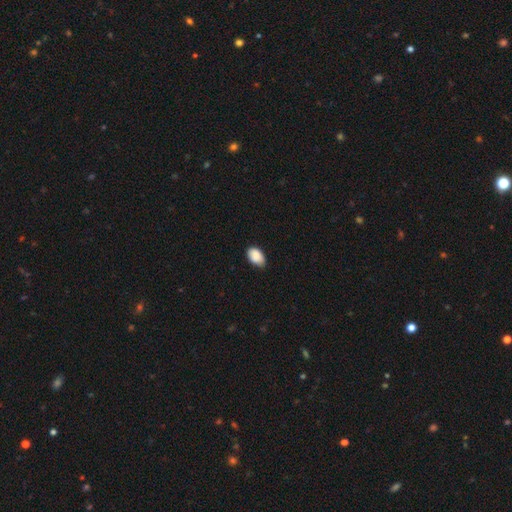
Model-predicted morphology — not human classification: Smooth or featured: smooth — 89% (star or artifact — 7%)
How rounded: in between — 91% (round — 8%)
Merging: none — 70% (minor disturbance — 26%)